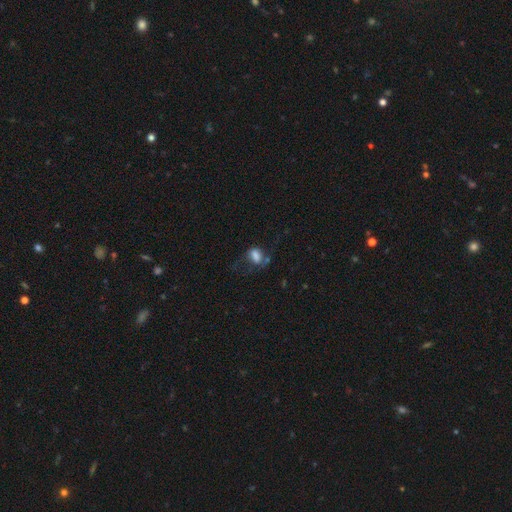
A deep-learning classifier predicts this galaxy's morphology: smooth 68%, featured or disk 19%, star or artifact 13%. Down the decision tree: how rounded — in between (81%); merging — major disturbance (35%).